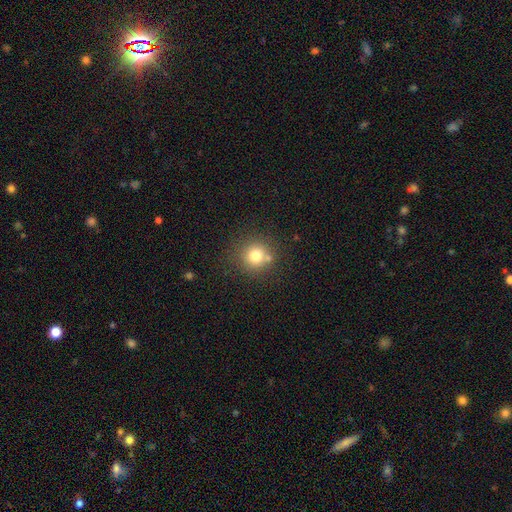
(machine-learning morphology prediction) Smooth or featured? Predicted: smooth (p=0.76). How rounded? Predicted: round (p=0.92). Merging? Predicted: none (p=0.74).